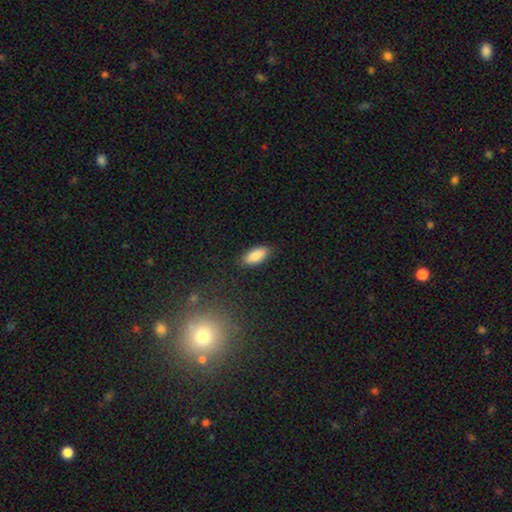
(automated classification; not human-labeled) This appears to be a smooth galaxy with no disk features (87%) that is in between round and cigar-shaped (88%). Merging: none (86%).